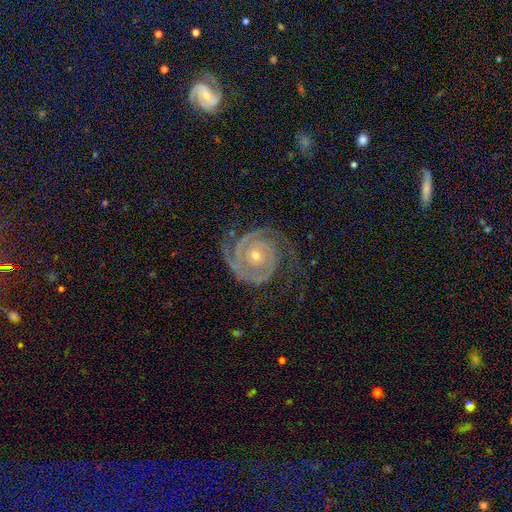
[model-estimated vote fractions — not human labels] Overall: featured or disk (92%). Edge-on disk: no (98%). Bar: no (78%). Spiral arms: yes (98%). Spiral arm count: 2 (57%; 3 21%). Spiral winding: tight (78%). Bulge size: small (63%; moderate 35%). Merging: none (72%).